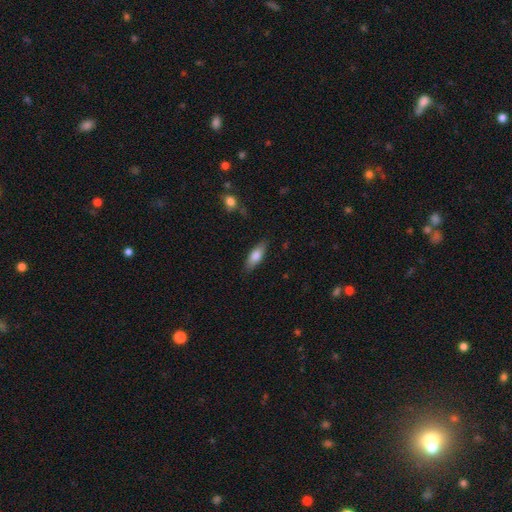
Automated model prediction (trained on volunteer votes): smooth_or_featured: smooth (p=0.75) [alt: featured or disk p=0.19]
how_rounded: in between (p=0.65) [alt: cigar-shaped p=0.33]
merging: none (p=0.84) [alt: minor disturbance p=0.12]